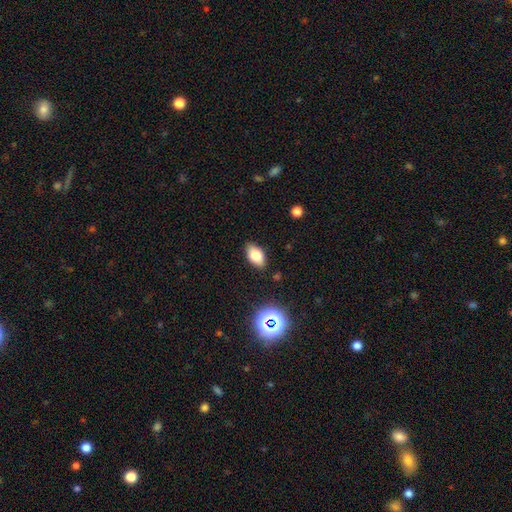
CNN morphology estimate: This appears to be a smooth galaxy with no disk features (76%) that is in between round and cigar-shaped (91%). Merging: none (86%).